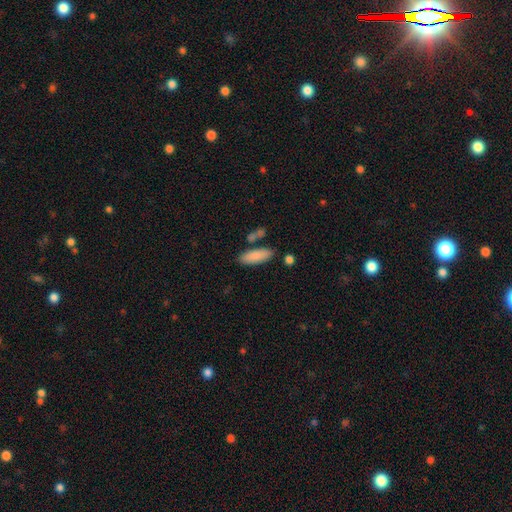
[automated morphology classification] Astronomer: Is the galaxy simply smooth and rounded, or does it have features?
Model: smooth — 86%.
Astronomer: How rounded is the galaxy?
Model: in between — 70%.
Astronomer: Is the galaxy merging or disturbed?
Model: none — 74%.